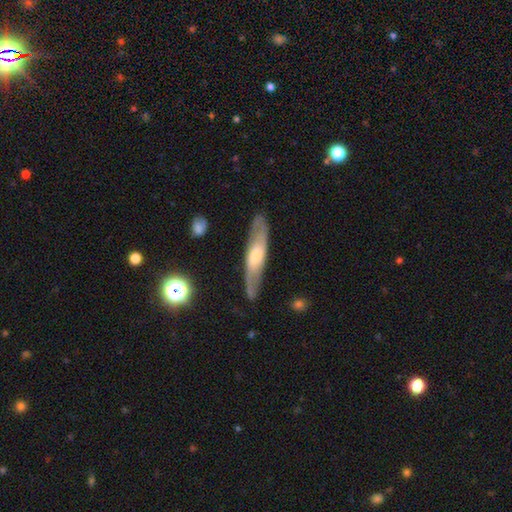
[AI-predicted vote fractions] Overall: featured or disk (57%; smooth 38%). Edge-on disk: yes (54%; no 46%). Merging: none (78%).